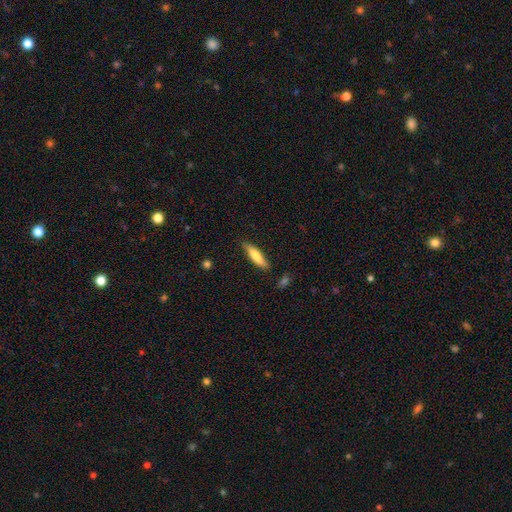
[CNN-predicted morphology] smooth_or_featured: smooth (p=0.78) [alt: featured or disk p=0.17]
how_rounded: cigar-shaped (p=0.72) [alt: in between p=0.27]
merging: none (p=0.83) [alt: minor disturbance p=0.13]